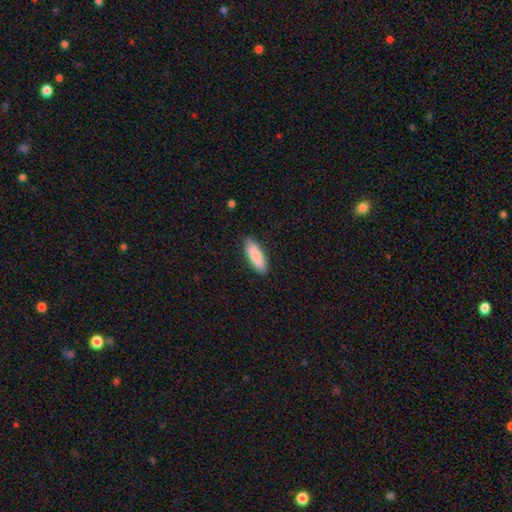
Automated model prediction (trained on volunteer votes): smooth-or-featured: smooth: 88% | featured or disk: 7% | star or artifact: 5%
  how-rounded: in between: 58% | cigar-shaped: 40% | round: 1%
  merging: none: 88% | minor disturbance: 10% | major disturbance: 2% | merger: 1%